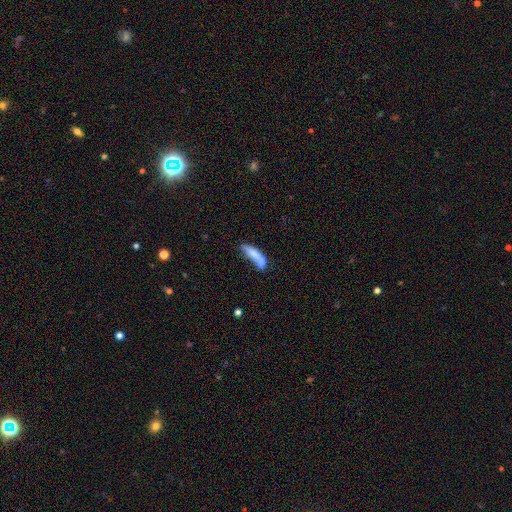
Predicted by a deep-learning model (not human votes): A smooth galaxy with no disk features (75%) that is cigar-shaped (72%).

Vote fractions:
- Smooth or featured? smooth: 75% / featured or disk: 18% / star or artifact: 7%
- How rounded? cigar-shaped: 72% / in between: 27% / round: 2%
- Merging? none: 42% / minor disturbance: 31% / major disturbance: 16% / merger: 11%